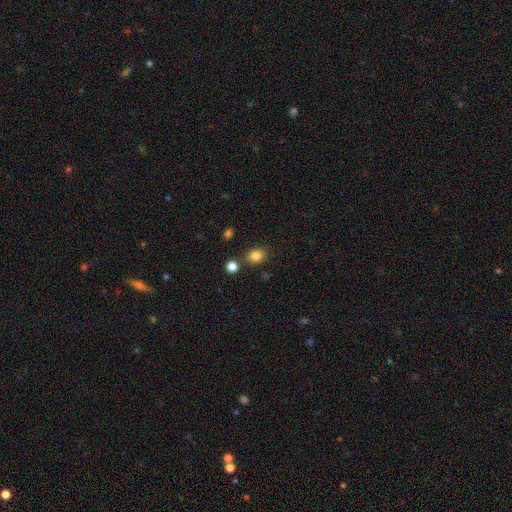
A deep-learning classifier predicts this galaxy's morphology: type=smooth (83%); roundness=round (54%); merging=none (78%).